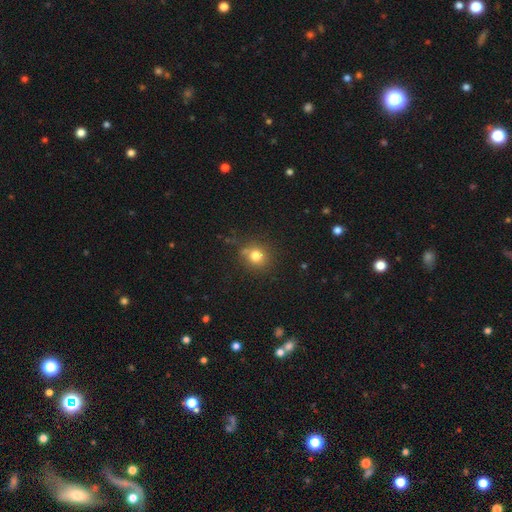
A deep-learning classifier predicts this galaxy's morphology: Smooth or featured?
  - smooth: 79% *
  - star or artifact: 13%
  - featured or disk: 8%
How rounded?
  - round: 85% *
  - in between: 14%
  - cigar-shaped: 1%
Merging?
  - none: 73% *
  - minor disturbance: 16%
  - merger: 5%
  - major disturbance: 5%